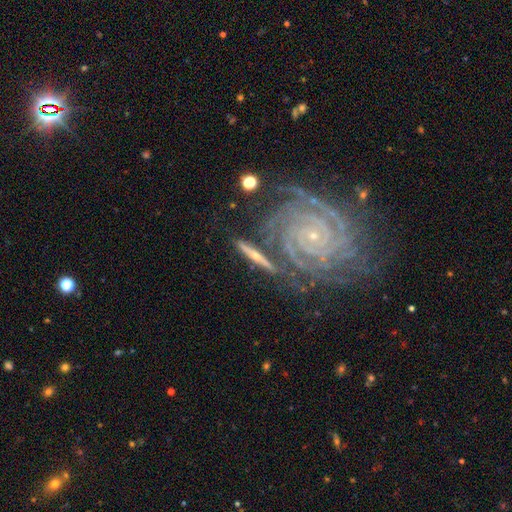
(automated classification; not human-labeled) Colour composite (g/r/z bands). It shows a featured or disk galaxy (82%) with no bar (62%), spiral arms (93%) and a small central bulge (75%). Merging: none (73%).